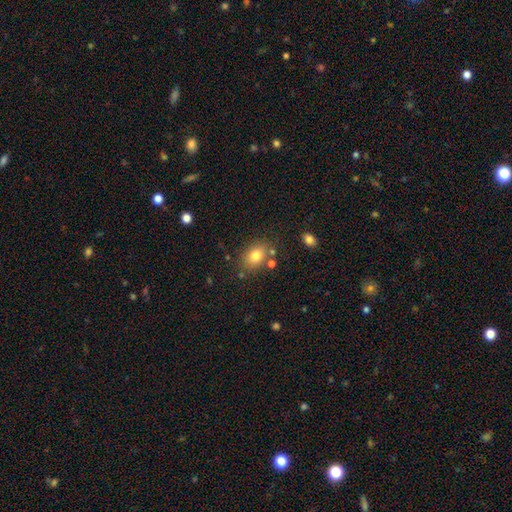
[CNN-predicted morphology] Smooth or featured? smooth (79%)
How rounded? in between (73%)
Merging? none (76%)